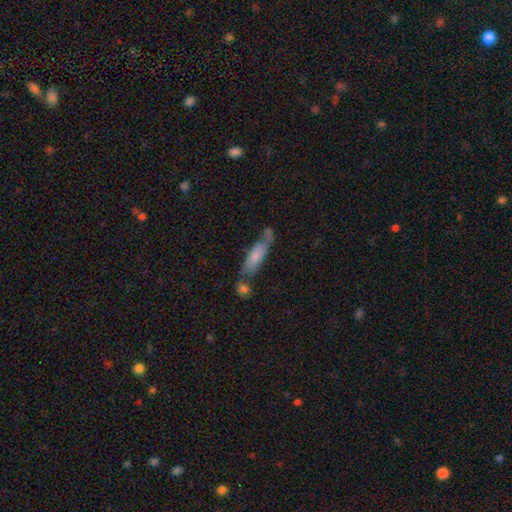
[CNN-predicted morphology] The model was most divided on "how rounded": cigar-shaped: 56%, in between: 41%, round: 2%. Remaining: smooth or featured — smooth (65%); merging — none (44%).